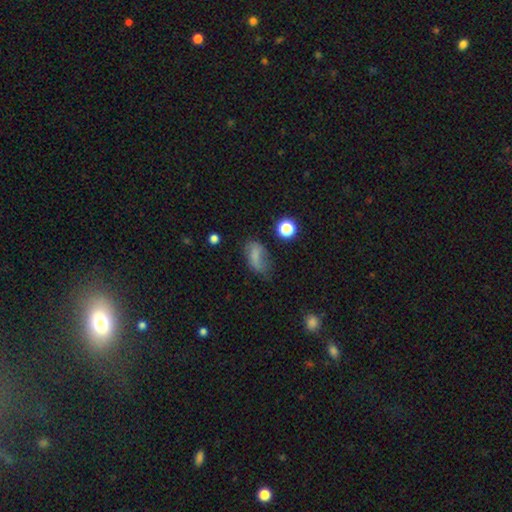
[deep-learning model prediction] smooth 70%, featured or disk 17%, star or artifact 13%. Down the decision tree: how rounded — in between (86%); merging — none (49%).